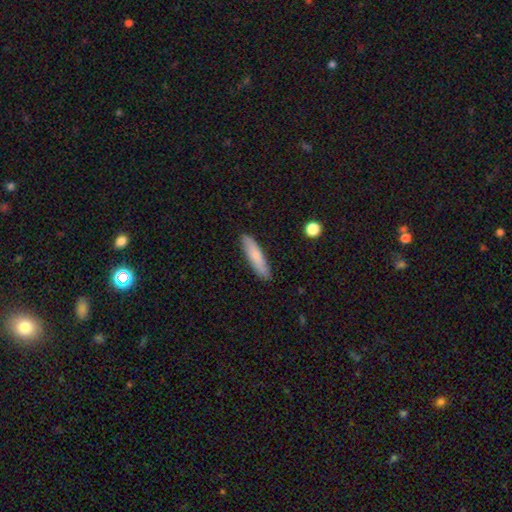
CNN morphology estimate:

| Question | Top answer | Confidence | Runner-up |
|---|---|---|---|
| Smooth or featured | smooth | 77% | featured or disk (17%) |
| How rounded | cigar-shaped | 79% | in between (20%) |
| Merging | none | 88% | minor disturbance (9%) |